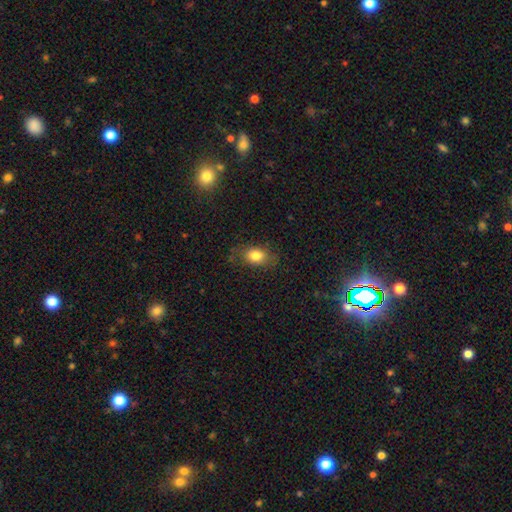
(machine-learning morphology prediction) Smooth or featured?
  - smooth: 81% *
  - featured or disk: 9%
  - star or artifact: 9%
How rounded?
  - in between: 75% *
  - round: 23%
  - cigar-shaped: 2%
Merging?
  - none: 75% *
  - minor disturbance: 18%
  - major disturbance: 6%
  - merger: 1%